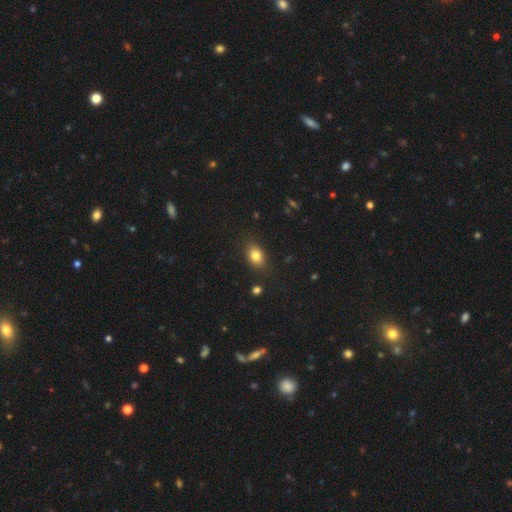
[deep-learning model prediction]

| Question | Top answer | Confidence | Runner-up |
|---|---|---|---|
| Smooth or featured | smooth | 81% | star or artifact (11%) |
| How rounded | in between | 75% | round (24%) |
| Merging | none | 85% | minor disturbance (11%) |